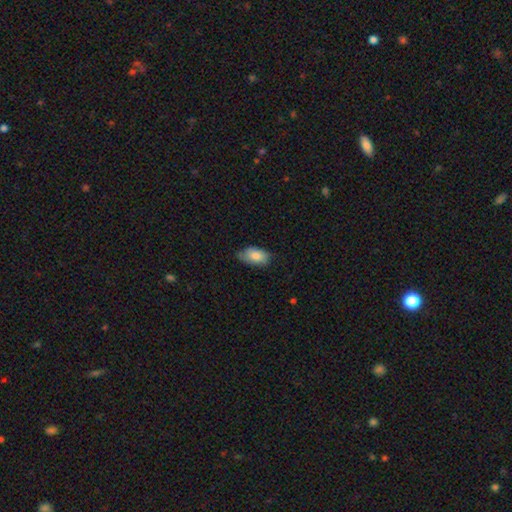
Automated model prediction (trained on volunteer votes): The model was most divided on "merging": none: 66%, minor disturbance: 28%, major disturbance: 4%, merger: 1%. More confident: how rounded — in between (93%); smooth or featured — smooth (81%).